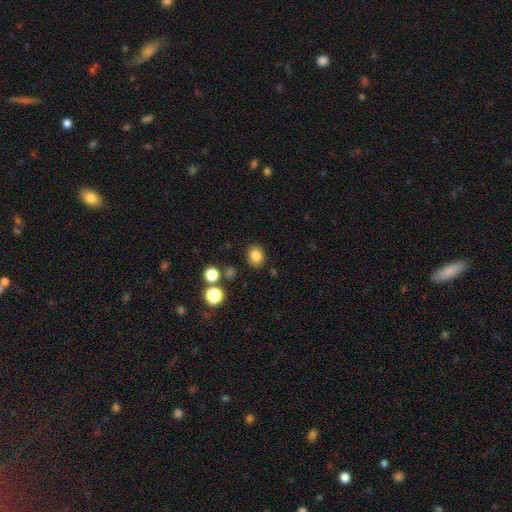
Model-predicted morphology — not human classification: The model was most divided on "how rounded": round: 57%, in between: 42%, cigar-shaped: 1%. More confident: merging — none (85%); smooth or featured — smooth (82%).